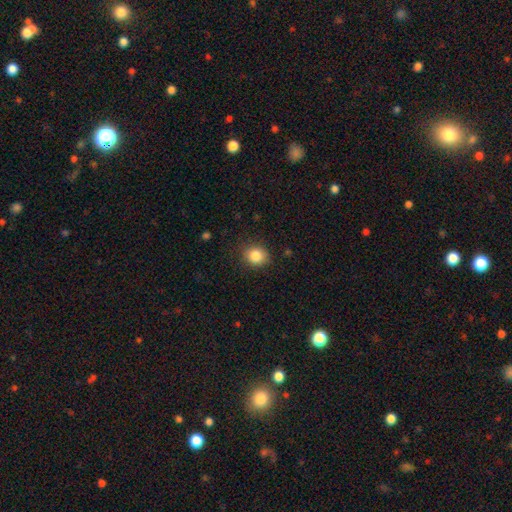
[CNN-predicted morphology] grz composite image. It shows a smooth galaxy with no disk features (85%) that is round (74%). Merging: none (85%).